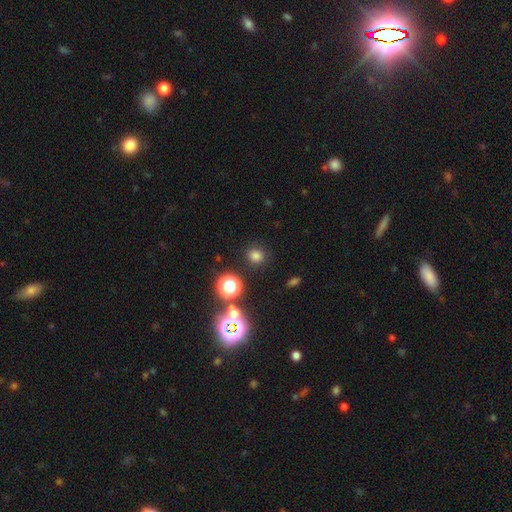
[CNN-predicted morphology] This is likely a smooth galaxy (72%). How rounded: clearly round (83%). Merging: clearly none (86%).